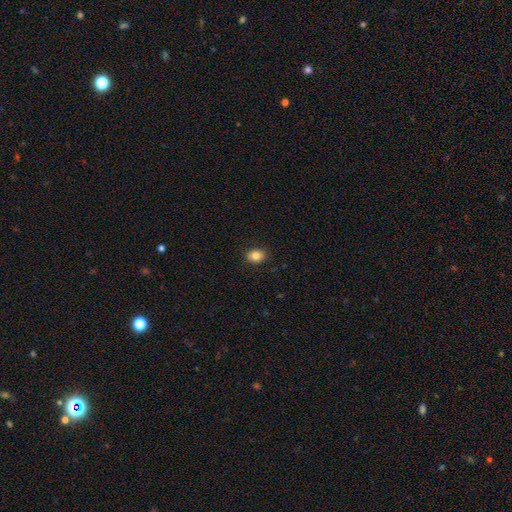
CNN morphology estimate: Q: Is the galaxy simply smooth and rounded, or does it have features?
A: smooth — 84%.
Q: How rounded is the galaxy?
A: in between — 64%.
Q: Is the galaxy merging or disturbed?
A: none — 89%.